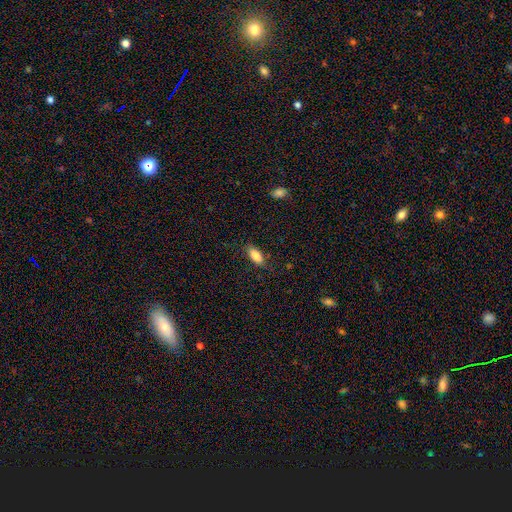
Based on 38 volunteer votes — Smooth or featured?
  - smooth: 95% *
  - star or artifact: 5%
  - featured or disk: 0%
How rounded?
  - in between: 89% *
  - cigar-shaped: 8%
  - round: 3%
Merging?
  - none: 78% *
  - minor disturbance: 11%
  - major disturbance: 8%
  - merger: 3%